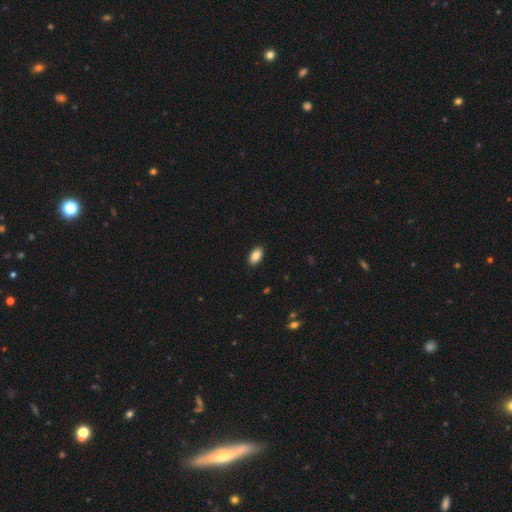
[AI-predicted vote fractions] Overall: smooth (86%). How rounded: in between (93%). Merging: none (90%).